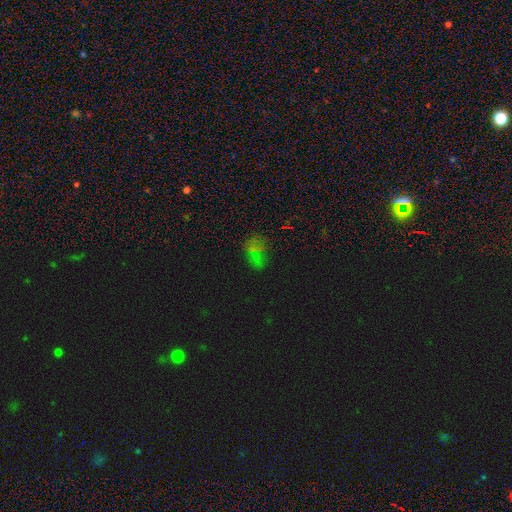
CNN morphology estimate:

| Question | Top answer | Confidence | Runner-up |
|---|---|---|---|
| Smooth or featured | star or artifact | 55% | smooth (34%) |